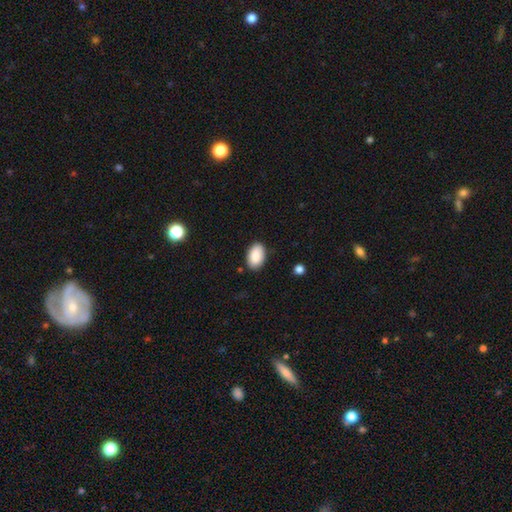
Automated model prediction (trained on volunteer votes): This is clearly a smooth galaxy (90%). How rounded: clearly in between (93%). Merging: clearly none (86%).